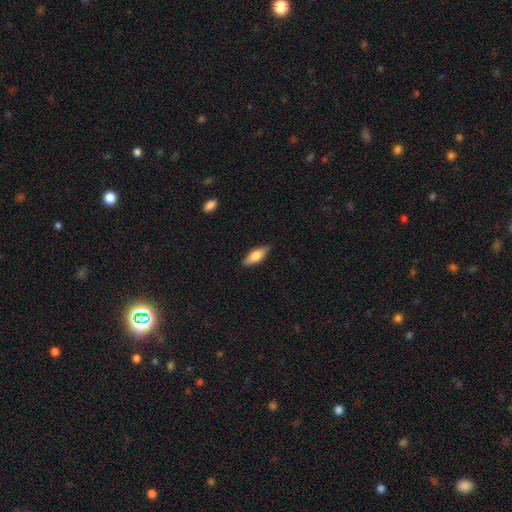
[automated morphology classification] The model was most divided on "how rounded": in between: 69%, cigar-shaped: 29%, round: 2%. More confident: merging — none (86%); smooth or featured — smooth (72%).